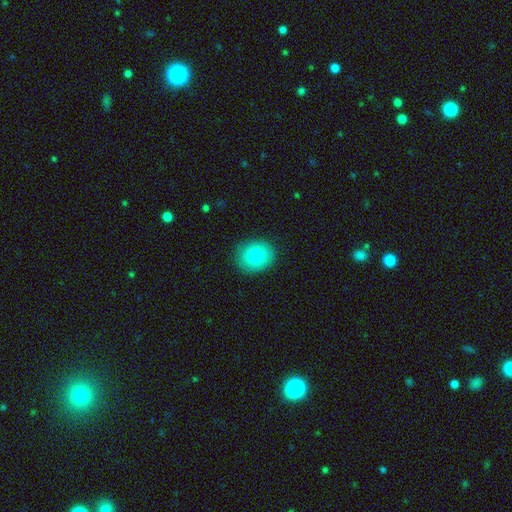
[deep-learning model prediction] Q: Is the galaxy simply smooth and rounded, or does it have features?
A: smooth — 83%.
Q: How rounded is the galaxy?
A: round — 57%.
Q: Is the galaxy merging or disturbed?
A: none — 87%.